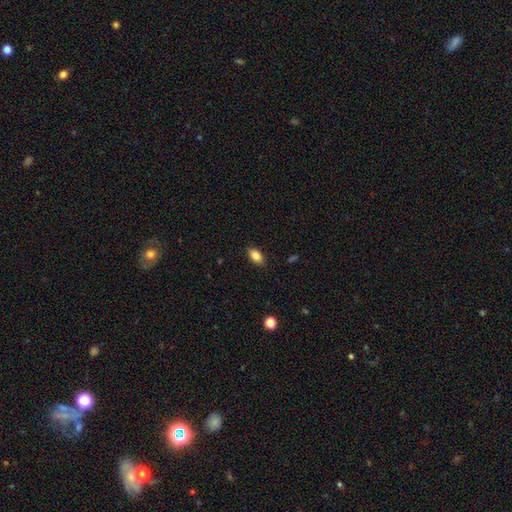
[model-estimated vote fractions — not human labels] smooth_or_featured: smooth (p=0.84) [alt: star or artifact p=0.08]
how_rounded: in between (p=0.90) [alt: round p=0.07]
merging: none (p=0.87) [alt: minor disturbance p=0.10]